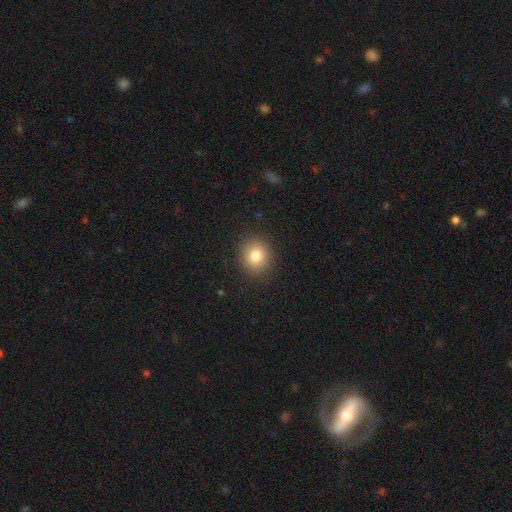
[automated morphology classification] smooth 80%, star or artifact 11%, featured or disk 8%. Down the decision tree: how rounded — round (79%); merging — none (90%).